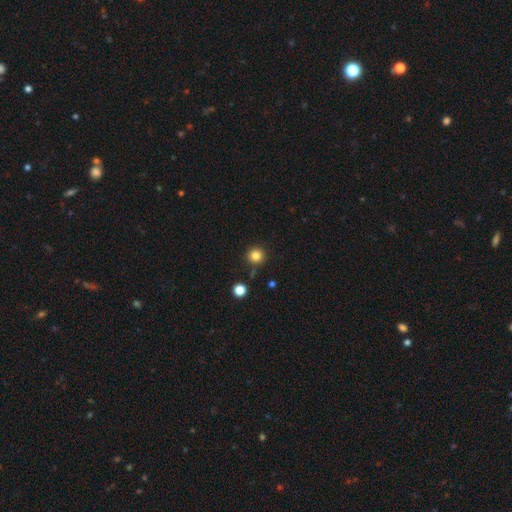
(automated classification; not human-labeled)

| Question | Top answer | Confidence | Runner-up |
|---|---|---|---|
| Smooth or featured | smooth | 83% | star or artifact (12%) |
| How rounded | round | 94% | in between (5%) |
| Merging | none | 86% | minor disturbance (8%) |